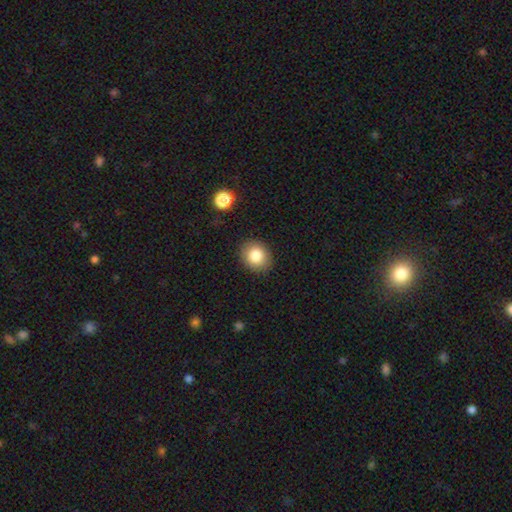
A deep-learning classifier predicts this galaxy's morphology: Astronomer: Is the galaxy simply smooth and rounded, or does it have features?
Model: smooth — 83%.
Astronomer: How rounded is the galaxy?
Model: round — 64%.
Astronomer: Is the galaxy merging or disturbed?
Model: none — 88%.